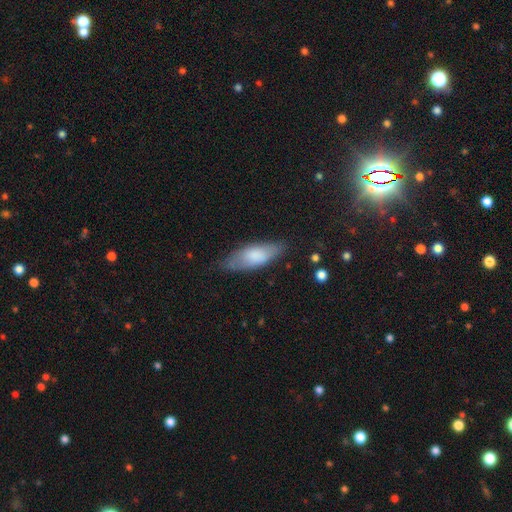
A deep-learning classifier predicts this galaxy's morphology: The model was most divided on "how rounded": in between: 72%, cigar-shaped: 26%, round: 2%. More confident: smooth or featured — smooth (76%); merging — none (70%).